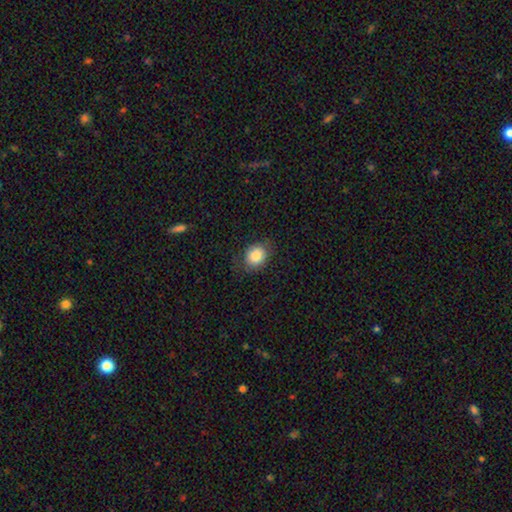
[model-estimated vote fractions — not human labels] Smooth or featured?
  - smooth: 84% *
  - star or artifact: 8%
  - featured or disk: 8%
How rounded?
  - in between: 52% *
  - round: 47%
  - cigar-shaped: 1%
Merging?
  - none: 78% *
  - minor disturbance: 16%
  - major disturbance: 5%
  - merger: 1%